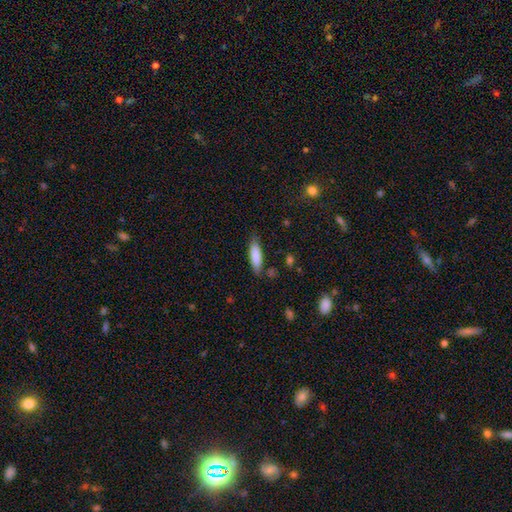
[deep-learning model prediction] Smooth or featured? smooth (84%)
How rounded? cigar-shaped (57%)
Merging? none (78%)